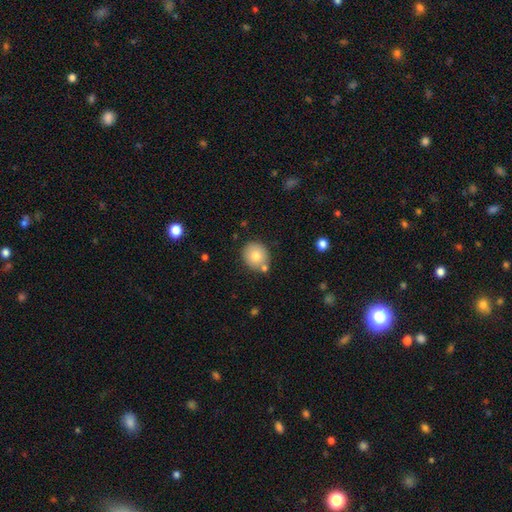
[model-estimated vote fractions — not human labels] The model was most divided on "merging": none: 75%, minor disturbance: 11%, merger: 11%, major disturbance: 3%. More confident: how rounded — round (83%); smooth or featured — smooth (78%).